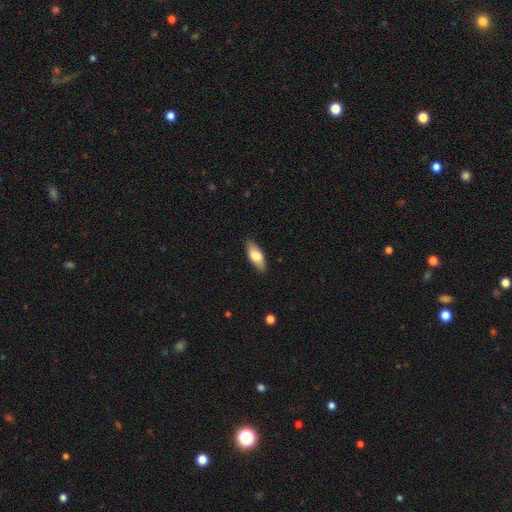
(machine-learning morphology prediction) type=smooth (71%); roundness=in between (77%); merging=none (87%).